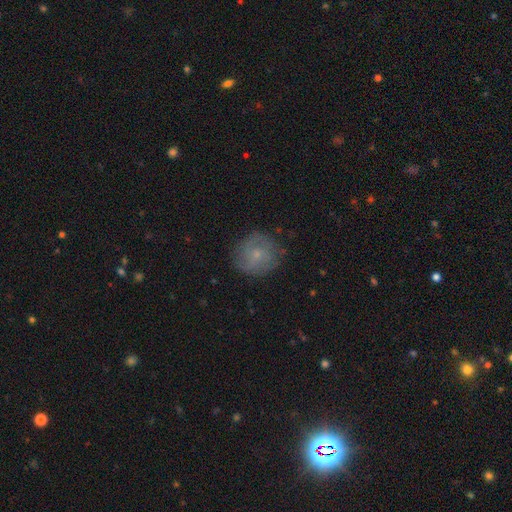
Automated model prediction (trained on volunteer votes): Smooth or featured: smooth — 55% (featured or disk — 36%)
How rounded: round — 88% (in between — 11%)
Merging: none — 78% (minor disturbance — 16%)